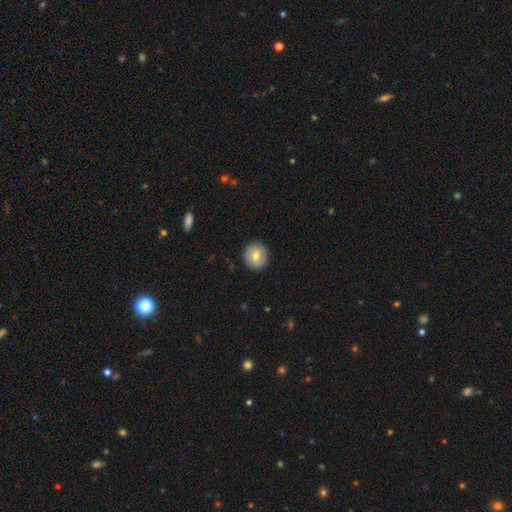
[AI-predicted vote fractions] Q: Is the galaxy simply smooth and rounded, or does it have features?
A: smooth — 72%.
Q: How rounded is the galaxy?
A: round — 94%.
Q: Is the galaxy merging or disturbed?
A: none — 91%.